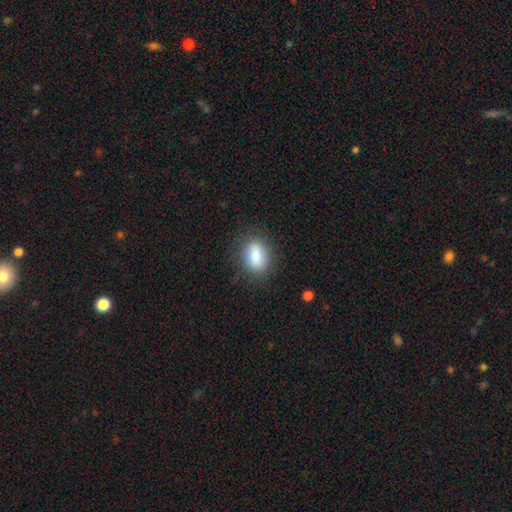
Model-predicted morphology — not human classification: This is clearly a smooth galaxy (83%). How rounded: likely in between (72%). Merging: clearly none (83%).